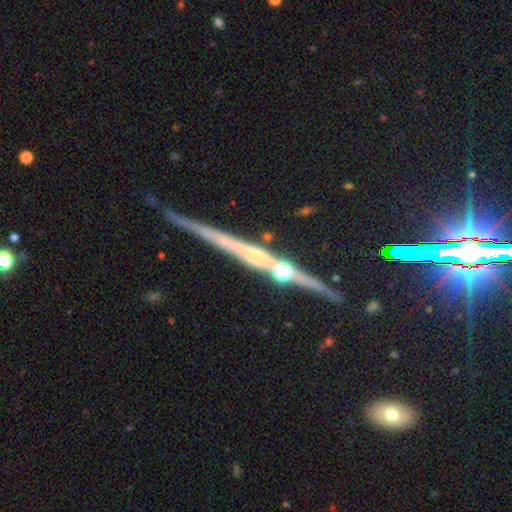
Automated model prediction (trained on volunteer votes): Morphology: type=featured or disk (73%); edge-on=yes (96%); edge-on bulge=rounded (50%); merging=none (75%).